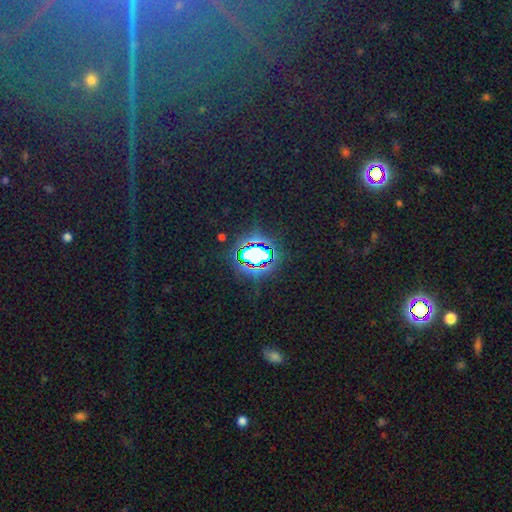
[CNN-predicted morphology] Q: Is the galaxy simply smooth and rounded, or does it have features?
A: star or artifact — 72%.